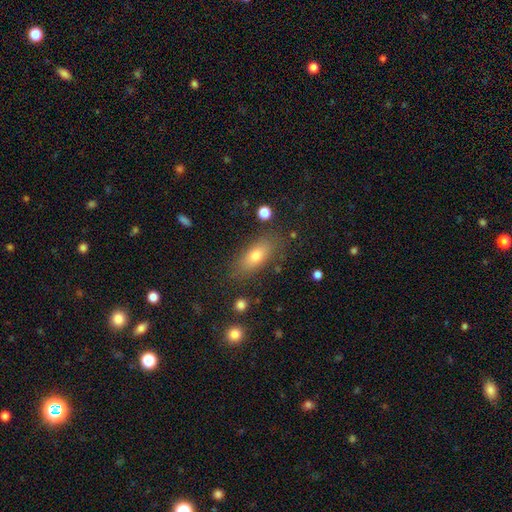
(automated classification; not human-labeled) The model was most divided on "how rounded": in between: 75%, cigar-shaped: 20%, round: 5%. More confident: merging — none (81%); smooth or featured — smooth (73%).